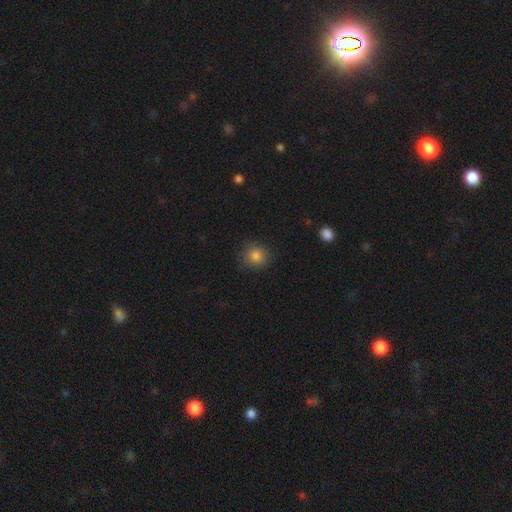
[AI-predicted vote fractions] Morphology: type=smooth (84%); roundness=round (87%); merging=none (88%).